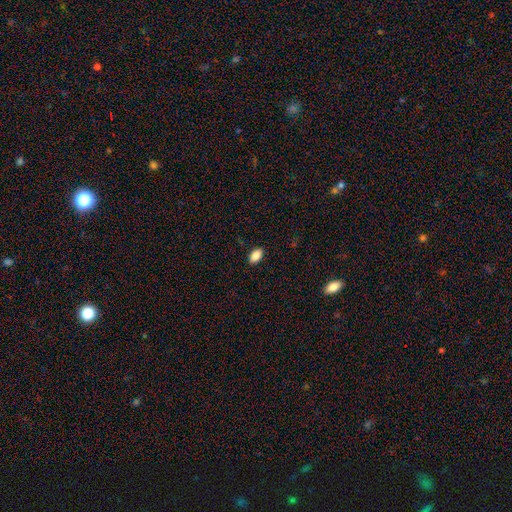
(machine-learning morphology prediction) This is clearly a smooth galaxy (87%). How rounded: clearly in between (91%). Merging: clearly none (89%).